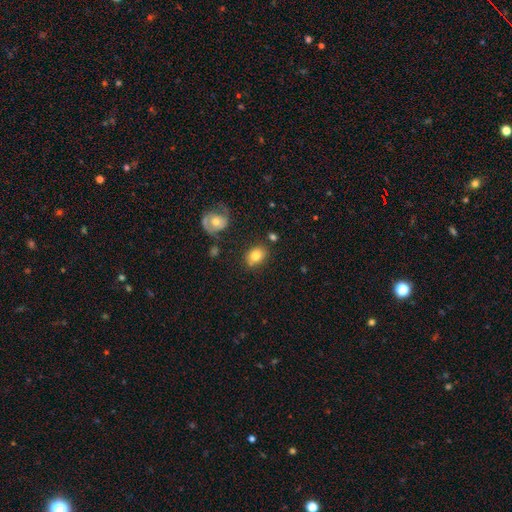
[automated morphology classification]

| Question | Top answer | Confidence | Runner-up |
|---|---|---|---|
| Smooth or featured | smooth | 80% | featured or disk (11%) |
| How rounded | in between | 66% | round (33%) |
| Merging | none | 72% | minor disturbance (17%) |